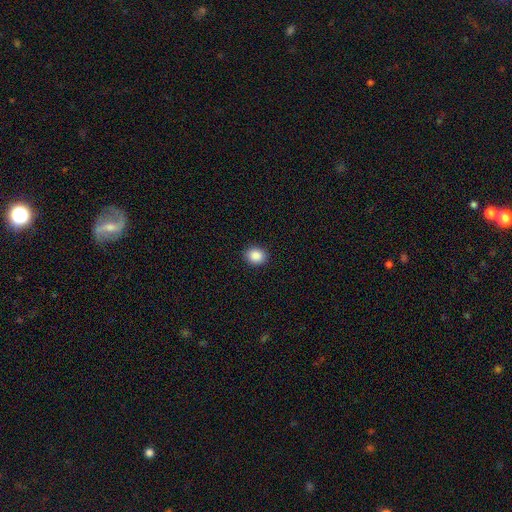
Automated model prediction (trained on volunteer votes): This is clearly a smooth galaxy (88%). How rounded: likely round (62%). Merging: clearly none (91%).